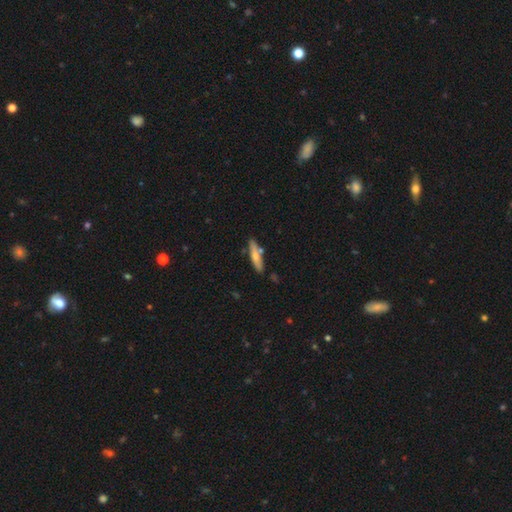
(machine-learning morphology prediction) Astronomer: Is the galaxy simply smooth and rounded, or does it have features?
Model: smooth — 63%.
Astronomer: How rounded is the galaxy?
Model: cigar-shaped — 82%.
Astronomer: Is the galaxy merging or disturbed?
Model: none — 78%.